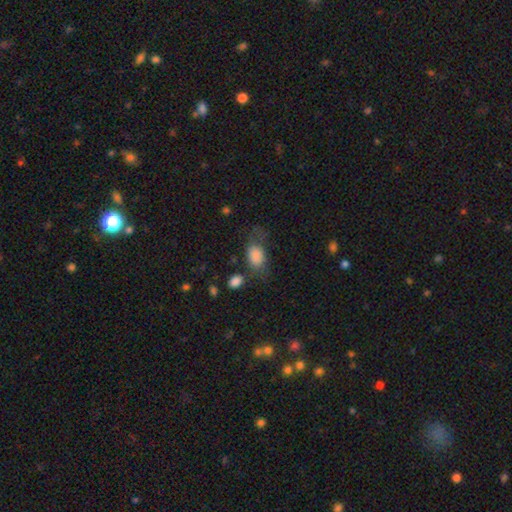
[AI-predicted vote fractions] Smooth or featured?
  - smooth: 81% *
  - featured or disk: 9%
  - star or artifact: 9%
How rounded?
  - in between: 81% *
  - round: 16%
  - cigar-shaped: 2%
Merging?
  - none: 48% *
  - minor disturbance: 27%
  - major disturbance: 19%
  - merger: 6%